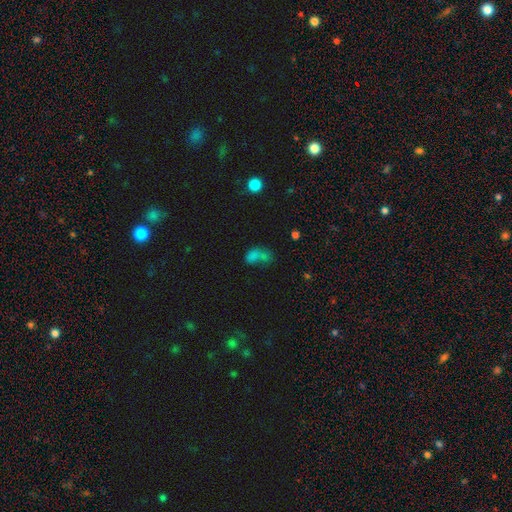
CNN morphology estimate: smooth 69%, star or artifact 17%, featured or disk 14%. Down the decision tree: how rounded — in between (76%); merging — merger (49%).